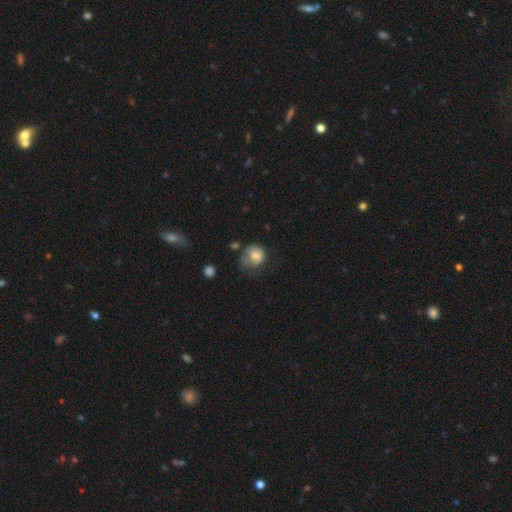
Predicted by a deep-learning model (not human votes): This is likely a smooth galaxy (75%). How rounded: likely round (70%). Merging: marginally none (34%).